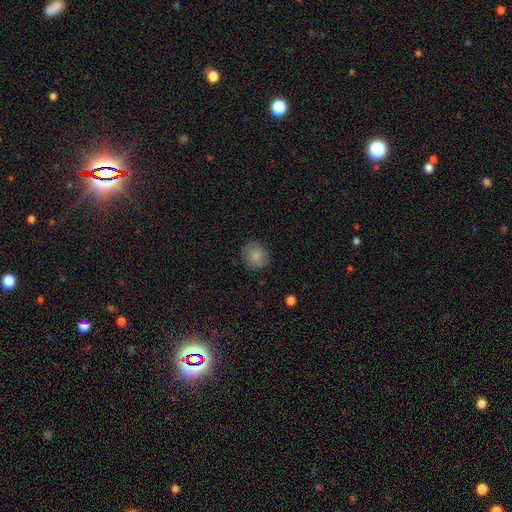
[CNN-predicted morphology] smooth 85%, star or artifact 9%, featured or disk 6%. Down the decision tree: how rounded — round (84%); merging — none (86%).